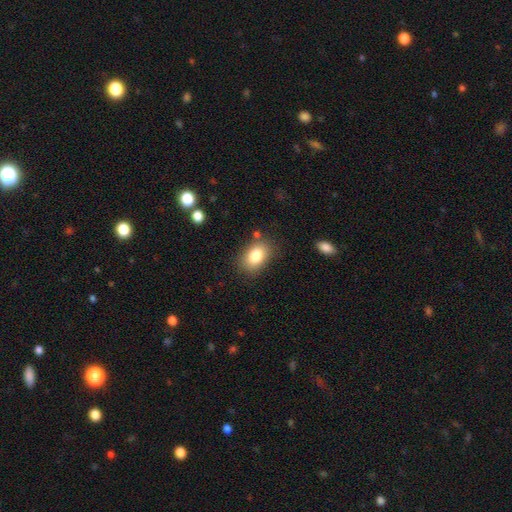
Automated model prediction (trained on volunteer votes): The model was most divided on "how rounded": in between: 82%, round: 17%, cigar-shaped: 1%. More confident: smooth or featured — smooth (82%); merging — none (81%).